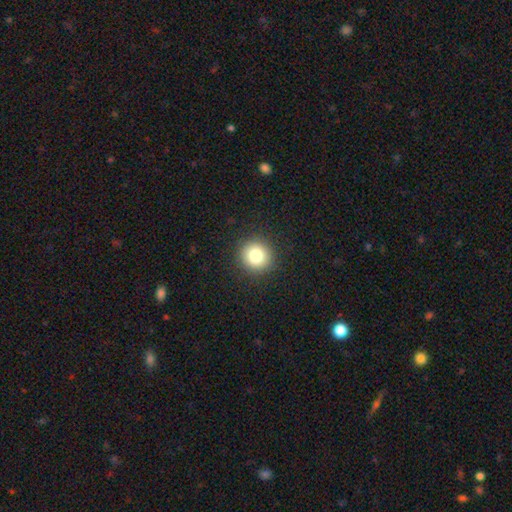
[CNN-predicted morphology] Smooth or featured? Predicted: smooth (p=0.80). How rounded? Predicted: round (p=0.92). Merging? Predicted: none (p=0.91).